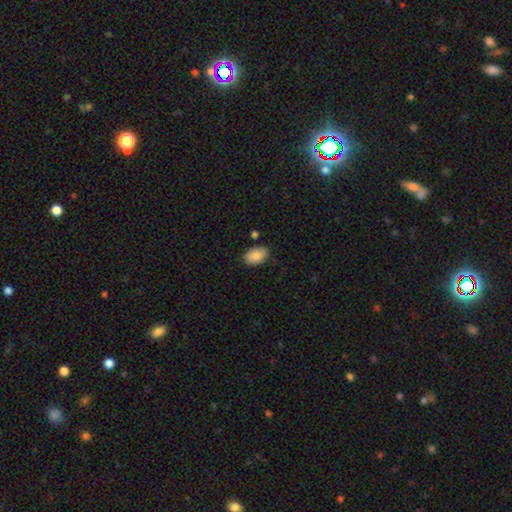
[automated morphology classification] Smooth or featured? smooth (89%)
How rounded? in between (88%)
Merging? none (79%)